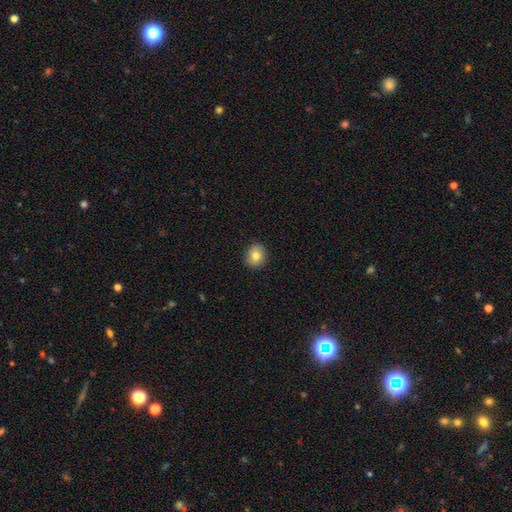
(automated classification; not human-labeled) Smooth or featured? Predicted: smooth (p=0.79). How rounded? Predicted: round (p=0.76). Merging? Predicted: none (p=0.89).